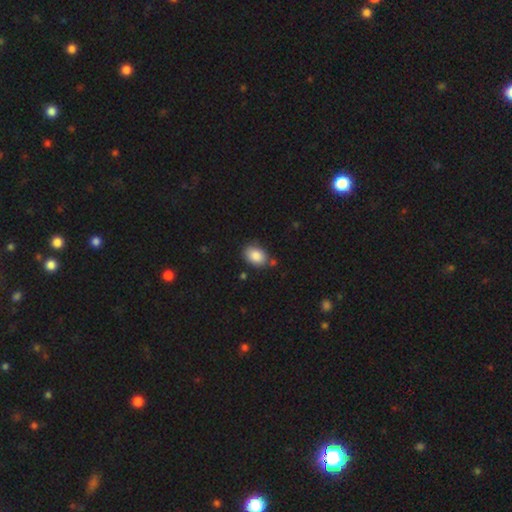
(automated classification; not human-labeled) Overall: smooth (88%). How rounded: in between (80%). Merging: none (78%).